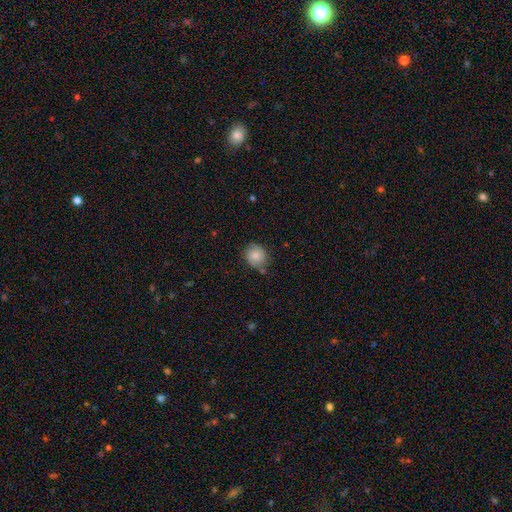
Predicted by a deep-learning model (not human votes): A smooth galaxy with no disk features (81%) that is round (78%). Merging: none (74%).